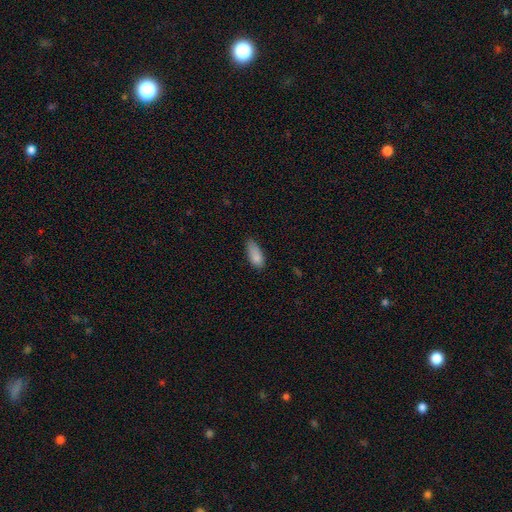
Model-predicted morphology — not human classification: Smooth or featured? smooth (85%)
How rounded? in between (81%)
Merging? none (58%)